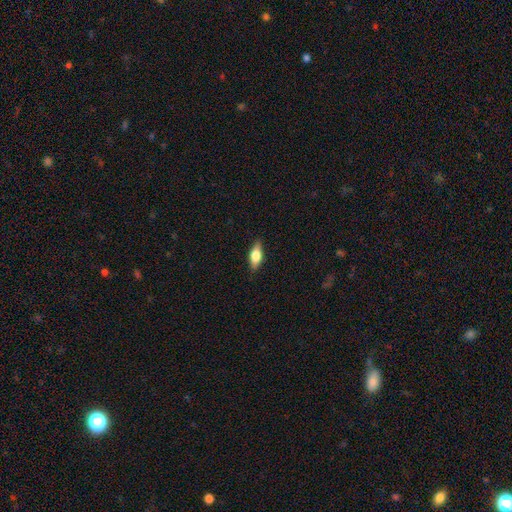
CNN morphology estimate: Smooth or featured: smooth — 63% (featured or disk — 30%)
How rounded: in between — 76% (cigar-shaped — 20%)
Merging: none — 86% (minor disturbance — 11%)